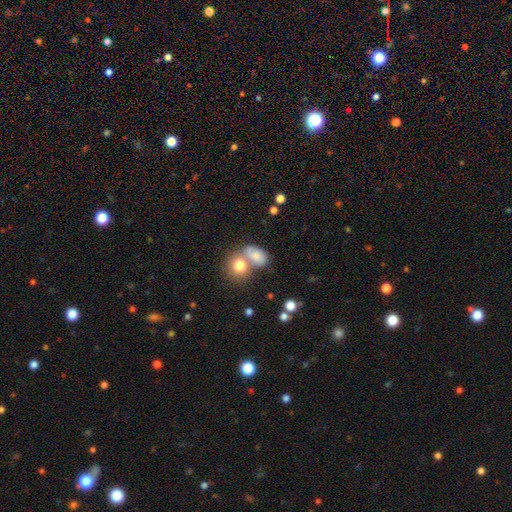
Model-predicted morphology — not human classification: smooth 78%, featured or disk 13%, star or artifact 10%. Down the decision tree: how rounded — in between (72%); merging — merger (48%).